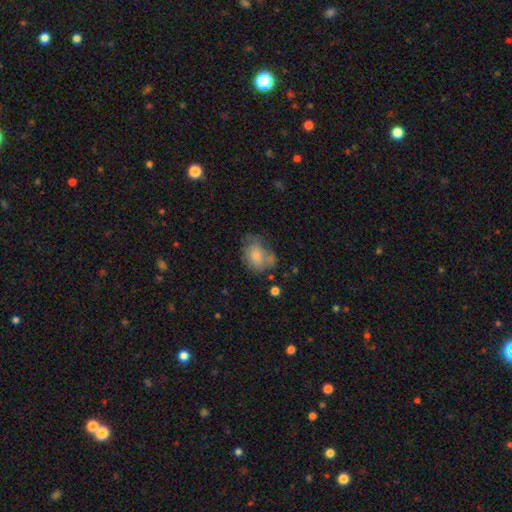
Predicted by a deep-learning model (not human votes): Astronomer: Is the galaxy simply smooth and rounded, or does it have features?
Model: smooth — 68%.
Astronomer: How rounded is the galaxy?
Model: in between — 68%.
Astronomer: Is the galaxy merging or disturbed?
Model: none — 43% (runner-up: minor disturbance, 30%).